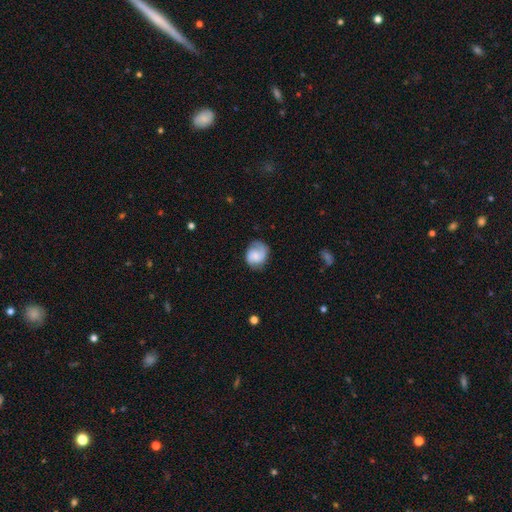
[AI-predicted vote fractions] This appears to be a smooth galaxy with no disk features (47%). Merging: none (66%).